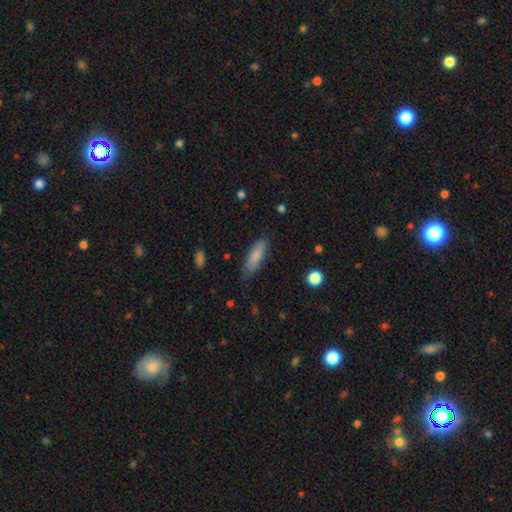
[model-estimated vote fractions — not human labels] A smooth galaxy with no disk features (83%) that is in between round and cigar-shaped (55%).

Vote fractions:
- Smooth or featured? smooth: 83% / featured or disk: 11% / star or artifact: 6%
- How rounded? in between: 55% / cigar-shaped: 43% / round: 2%
- Merging? none: 77% / minor disturbance: 18% / major disturbance: 4% / merger: 2%